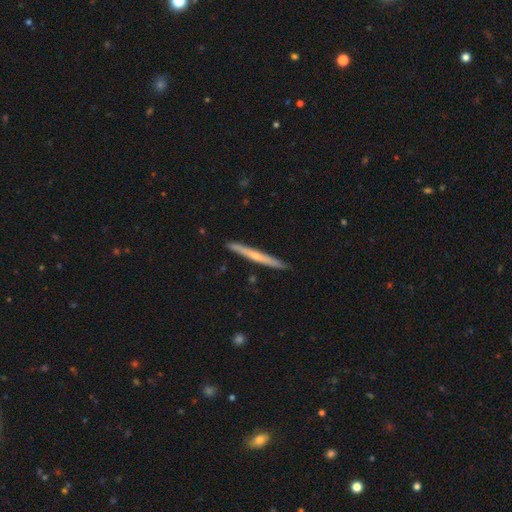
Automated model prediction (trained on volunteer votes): featured or disk 52%, smooth 42%, star or artifact 5%. Down the decision tree: edge-on disk — yes (97%); edge-on bulge — none (55%); merging — none (90%).